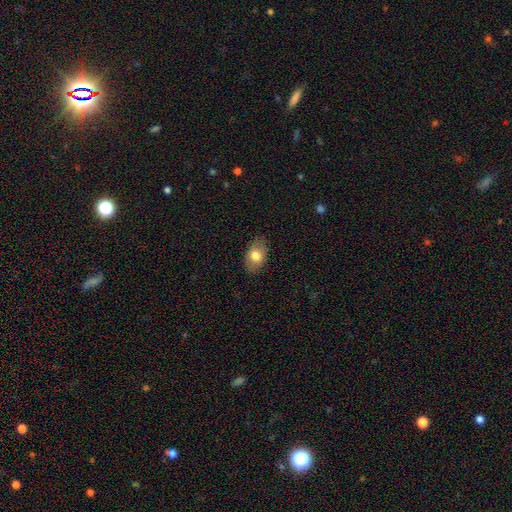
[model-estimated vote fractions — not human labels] smooth-or-featured: smooth: 75% | featured or disk: 18% | star or artifact: 7%
  how-rounded: in between: 89% | round: 10% | cigar-shaped: 1%
  merging: none: 83% | minor disturbance: 13% | major disturbance: 3% | merger: 1%